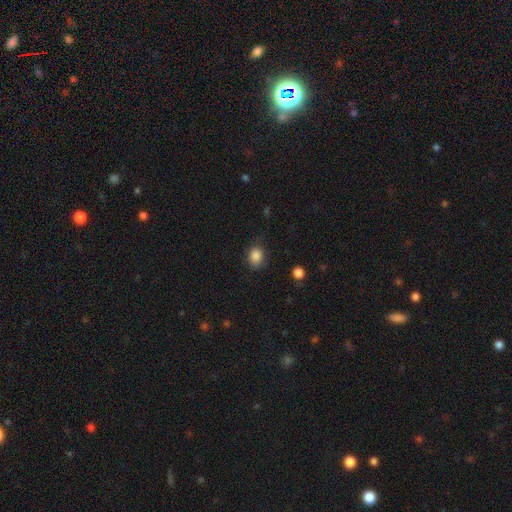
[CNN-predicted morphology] Smooth or featured?
  - smooth: 85% *
  - star or artifact: 10%
  - featured or disk: 5%
How rounded?
  - round: 50% *
  - in between: 49%
  - cigar-shaped: 1%
Merging?
  - none: 77% *
  - minor disturbance: 17%
  - major disturbance: 4%
  - merger: 1%